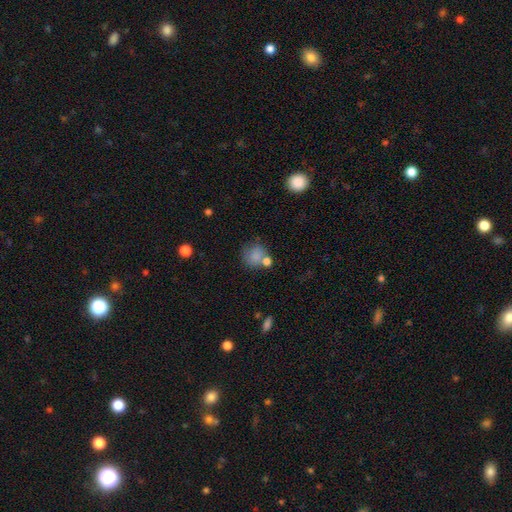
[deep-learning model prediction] This is likely a smooth galaxy (80%). How rounded: likely round (78%). Merging: possibly none (53%).